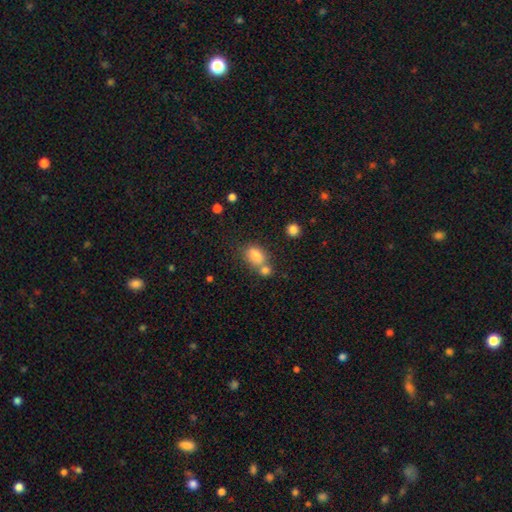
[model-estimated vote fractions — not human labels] smooth_or_featured: smooth (p=0.80) [alt: star or artifact p=0.10]
how_rounded: in between (p=0.76) [alt: round p=0.22]
merging: none (p=0.45) [alt: merger p=0.39]